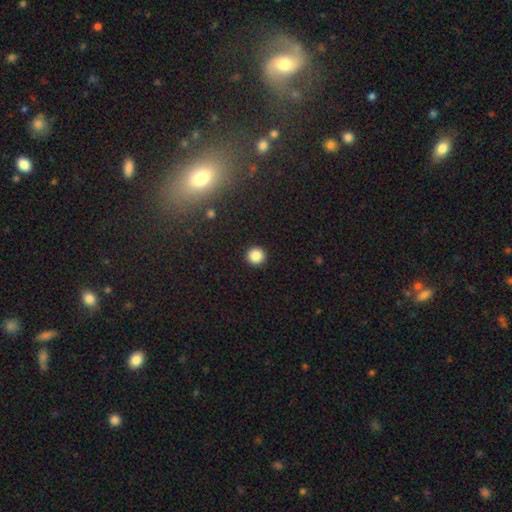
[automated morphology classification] The model was most divided on "smooth or featured": smooth: 85%, star or artifact: 11%, featured or disk: 4%. More confident: how rounded — round (95%); merging — none (93%).